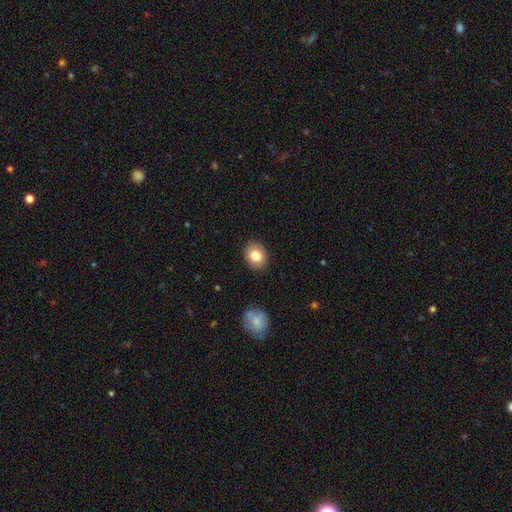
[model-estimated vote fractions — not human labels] Smooth or featured: smooth — 82% (featured or disk — 9%)
How rounded: round — 54% (in between — 46%)
Merging: none — 88% (minor disturbance — 8%)